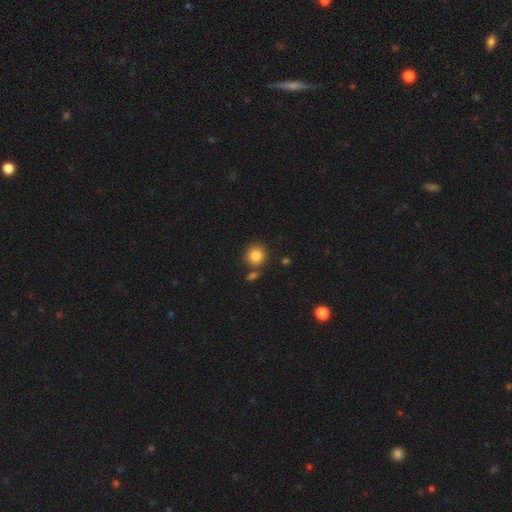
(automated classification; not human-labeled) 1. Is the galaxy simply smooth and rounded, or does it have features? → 85% smooth, 10% star or artifact, 6% featured or disk.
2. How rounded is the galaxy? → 89% round, 10% in between, 1% cigar-shaped.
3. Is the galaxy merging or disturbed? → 76% none, 12% merger, 9% minor disturbance, 3% major disturbance.